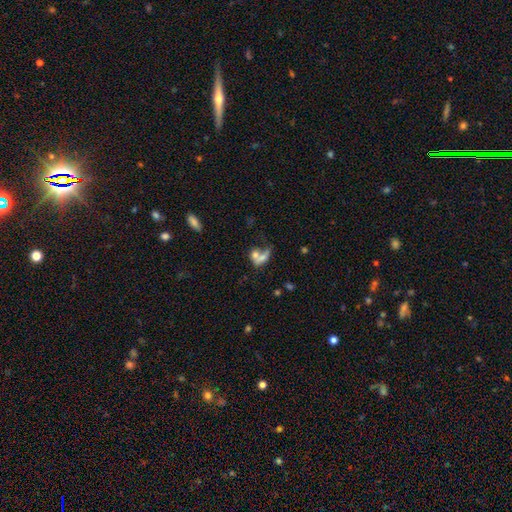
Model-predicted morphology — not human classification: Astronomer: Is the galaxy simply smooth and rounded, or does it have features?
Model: smooth — 62%.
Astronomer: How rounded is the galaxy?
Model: in between — 66%.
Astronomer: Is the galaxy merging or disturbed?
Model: merger — 61%.